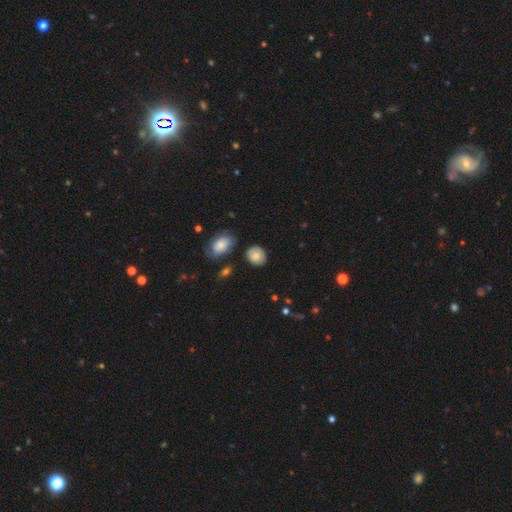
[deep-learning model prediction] Smooth or featured: smooth — 82% (featured or disk — 10%)
How rounded: round — 66% (in between — 33%)
Merging: none — 80% (minor disturbance — 13%)